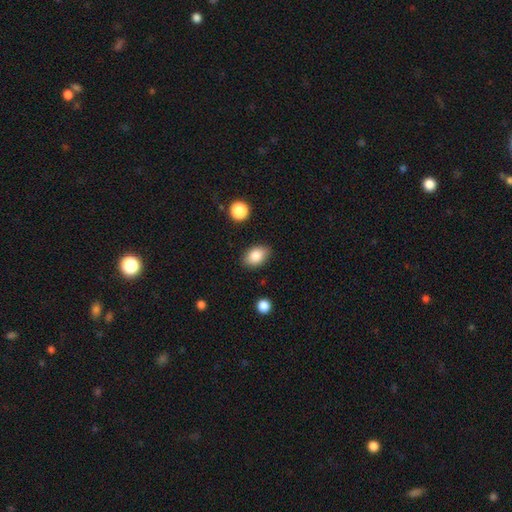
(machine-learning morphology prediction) Overall: smooth (85%). How rounded: in between (85%). Merging: none (84%).